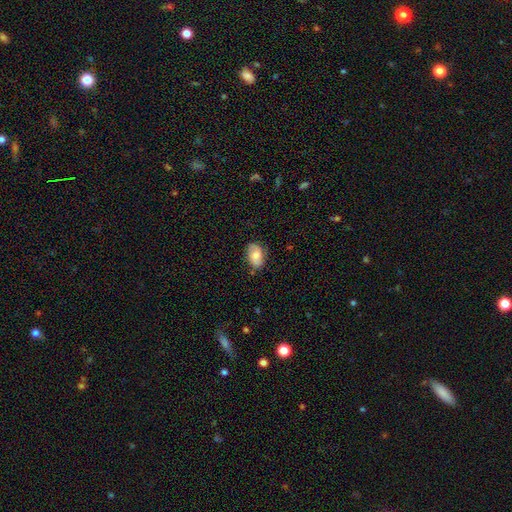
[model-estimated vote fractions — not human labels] This is likely a smooth galaxy (70%). How rounded: clearly in between (88%). Merging: likely none (71%).